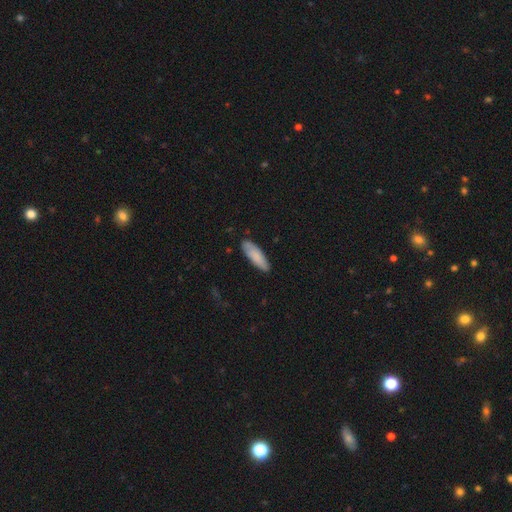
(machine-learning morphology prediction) smooth_or_featured: smooth (p=0.83) [alt: featured or disk p=0.11]
how_rounded: in between (p=0.51) [alt: cigar-shaped p=0.48]
merging: none (p=0.83) [alt: minor disturbance p=0.13]